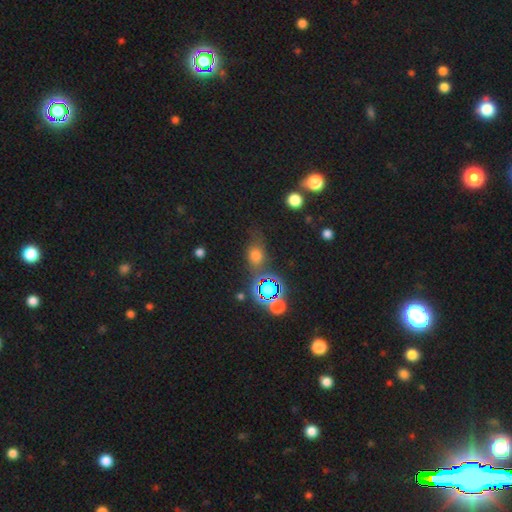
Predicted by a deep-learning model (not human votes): A smooth galaxy with no disk features (57%) that is round (51%). Merging: none (63%).